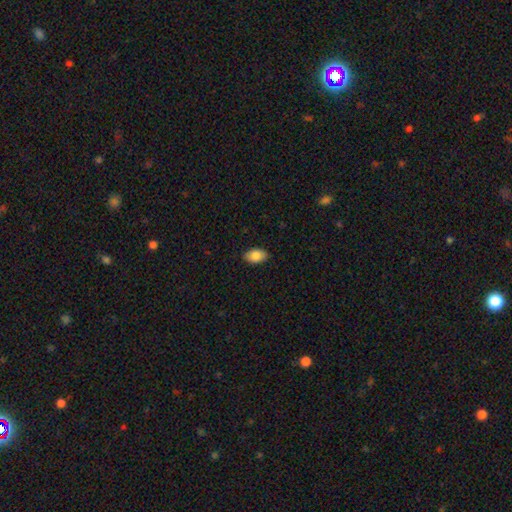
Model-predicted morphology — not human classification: Q: Smooth or featured?
A: smooth (84%); runner-up: featured or disk (9%)
Q: How rounded?
A: in between (91%); runner-up: round (7%)
Q: Merging?
A: none (89%); runner-up: minor disturbance (8%)